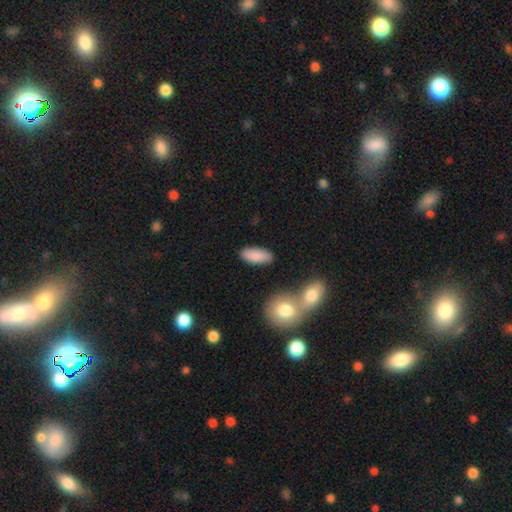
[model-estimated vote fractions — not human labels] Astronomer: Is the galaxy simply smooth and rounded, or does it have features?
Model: smooth — 86%.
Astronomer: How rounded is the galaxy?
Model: in between — 83%.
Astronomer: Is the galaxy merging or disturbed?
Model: none — 81%.